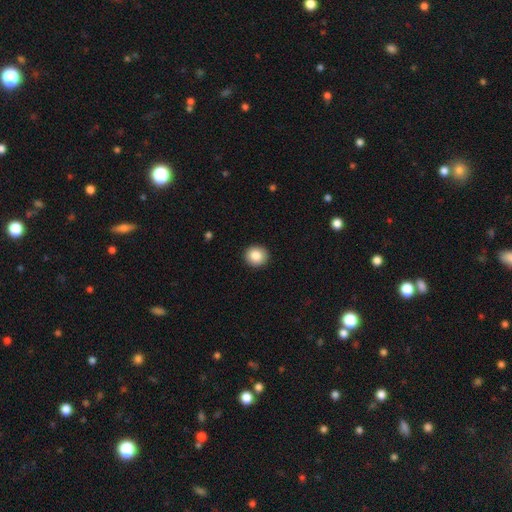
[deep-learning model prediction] A smooth galaxy with no disk features (85%) that is round (90%).

Vote fractions:
- Smooth or featured? smooth: 85% / star or artifact: 8% / featured or disk: 7%
- How rounded? round: 90% / in between: 9% / cigar-shaped: 1%
- Merging? none: 93% / minor disturbance: 5% / major disturbance: 1% / merger: 1%